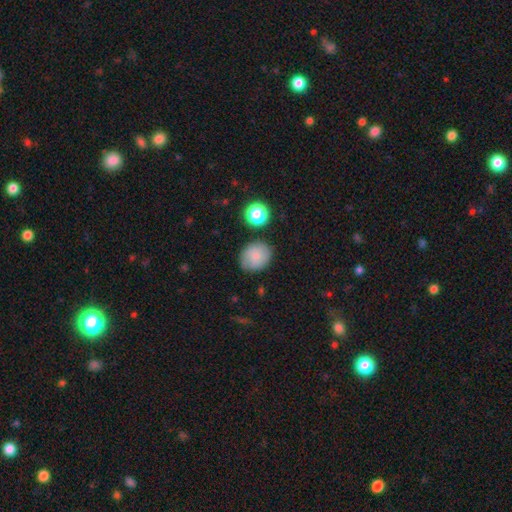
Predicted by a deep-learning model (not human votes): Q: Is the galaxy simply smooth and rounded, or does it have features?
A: smooth — 73%.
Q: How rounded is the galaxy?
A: round — 73%.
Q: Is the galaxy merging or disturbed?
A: none — 75%.